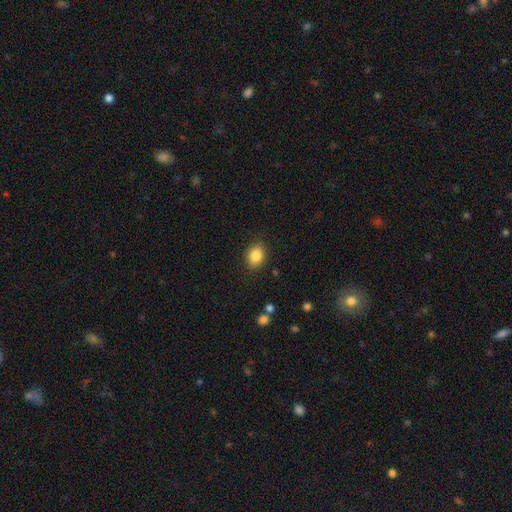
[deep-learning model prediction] This appears to be a smooth galaxy with no disk features (85%) that is in between round and cigar-shaped (56%). Merging: none (88%).